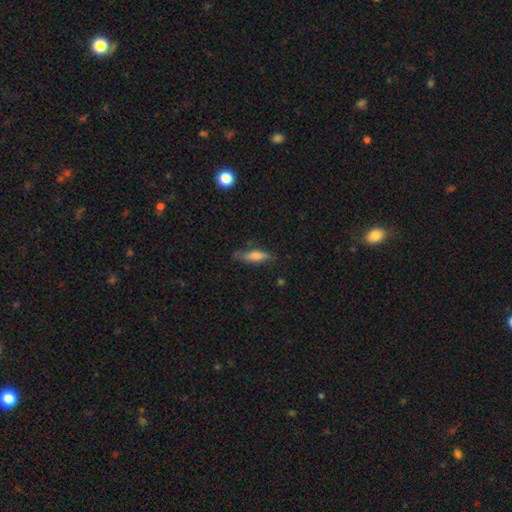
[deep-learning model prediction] Smooth or featured? smooth (64%)
How rounded? cigar-shaped (57%)
Merging? none (67%)